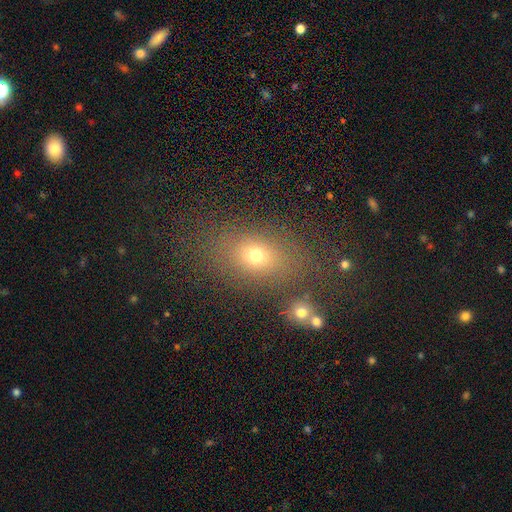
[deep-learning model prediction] Smooth or featured: smooth — 67% (star or artifact — 19%)
How rounded: in between — 69% (round — 28%)
Merging: none — 74% (minor disturbance — 13%)